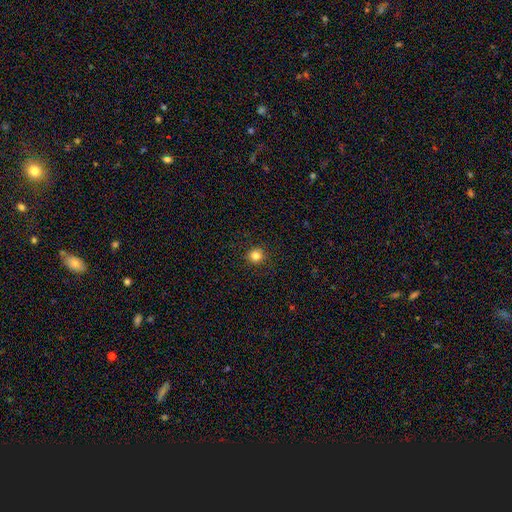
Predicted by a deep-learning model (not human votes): Smooth or featured?
  - smooth: 83% *
  - star or artifact: 13%
  - featured or disk: 5%
How rounded?
  - round: 93% *
  - in between: 6%
  - cigar-shaped: 1%
Merging?
  - none: 91% *
  - minor disturbance: 6%
  - major disturbance: 2%
  - merger: 1%